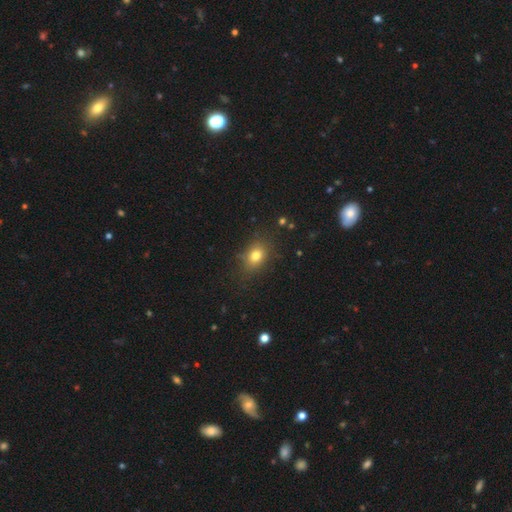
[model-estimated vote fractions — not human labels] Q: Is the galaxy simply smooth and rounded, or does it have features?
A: smooth — 78%.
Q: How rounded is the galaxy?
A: in between — 61%.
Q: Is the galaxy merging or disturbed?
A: none — 79%.